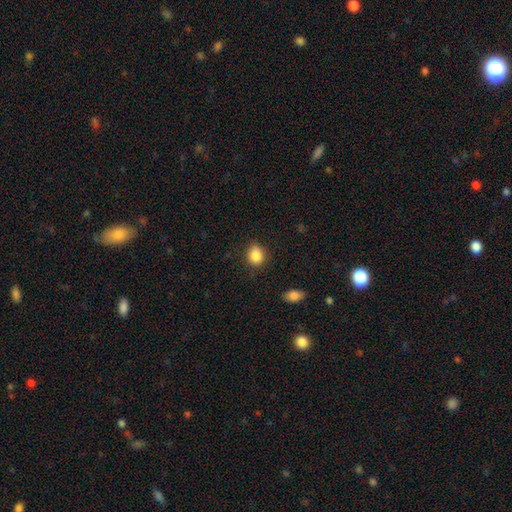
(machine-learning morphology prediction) smooth-or-featured: smooth: 87% | star or artifact: 9% | featured or disk: 4%
  how-rounded: round: 55% | in between: 44% | cigar-shaped: 1%
  merging: none: 85% | minor disturbance: 11% | major disturbance: 3% | merger: 2%